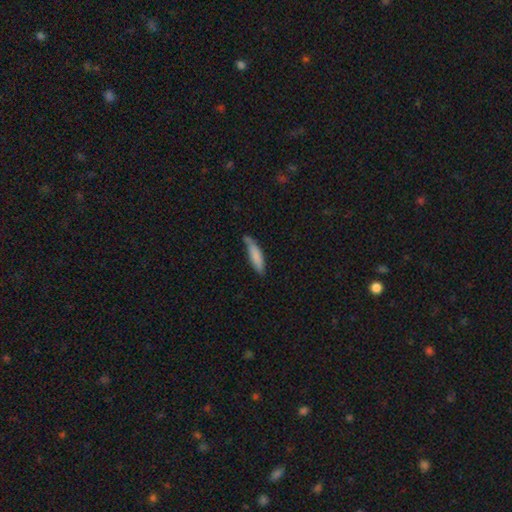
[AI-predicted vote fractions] Overall: smooth (81%). How rounded: cigar-shaped (70%). Merging: none (59%; minor disturbance 30%).